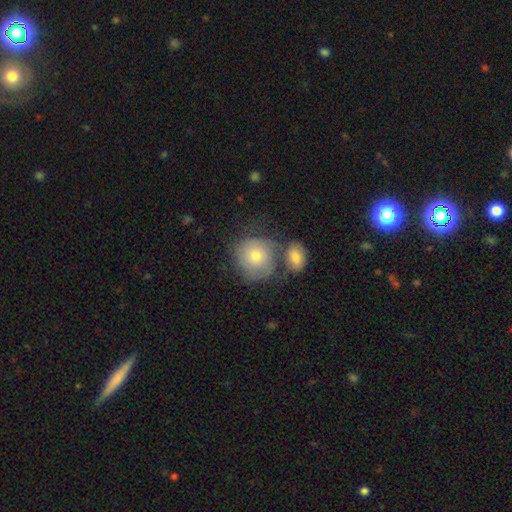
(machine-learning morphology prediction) smooth_or_featured: smooth (p=0.71) [alt: featured or disk p=0.21]
how_rounded: round (p=0.86) [alt: in between p=0.13]
merging: none (p=0.45) [alt: merger p=0.31]